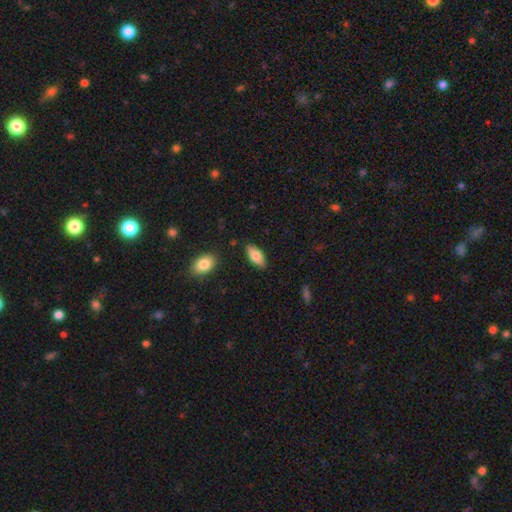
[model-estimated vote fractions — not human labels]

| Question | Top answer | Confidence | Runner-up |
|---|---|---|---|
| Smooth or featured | smooth | 79% | featured or disk (15%) |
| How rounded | in between | 87% | cigar-shaped (10%) |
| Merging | none | 86% | minor disturbance (10%) |